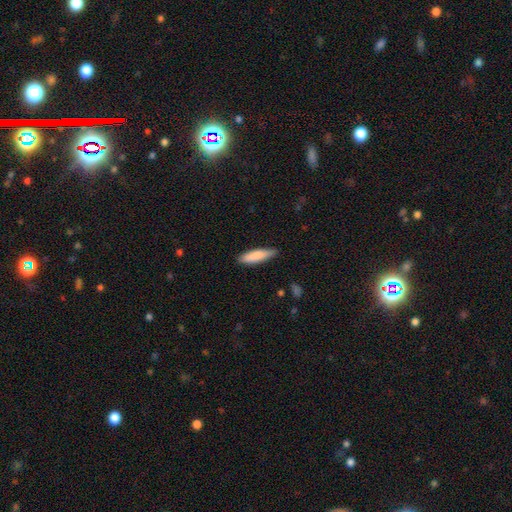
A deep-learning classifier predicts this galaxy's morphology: Smooth or featured? Predicted: smooth (p=0.85). How rounded? Predicted: cigar-shaped (p=0.67). Merging? Predicted: none (p=0.84).